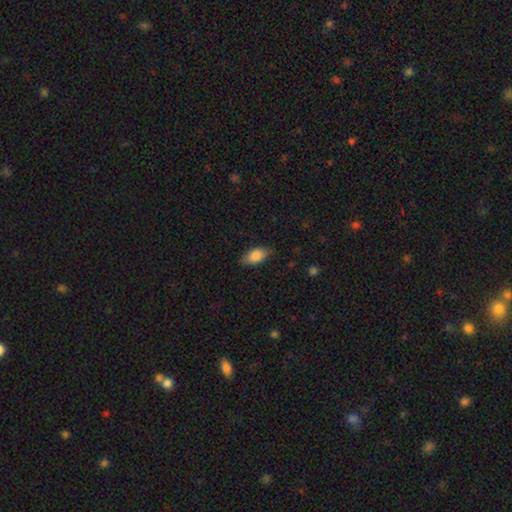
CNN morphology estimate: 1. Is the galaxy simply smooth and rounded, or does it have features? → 84% smooth, 9% featured or disk, 7% star or artifact.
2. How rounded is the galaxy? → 90% in between, 6% cigar-shaped, 4% round.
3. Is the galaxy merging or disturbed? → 79% none, 16% minor disturbance, 4% major disturbance, 1% merger.